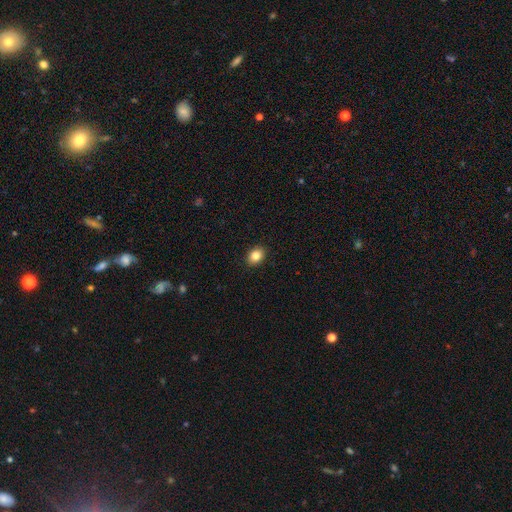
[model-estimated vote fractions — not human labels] Q: Smooth or featured?
A: smooth (85%); runner-up: star or artifact (9%)
Q: How rounded?
A: in between (62%); runner-up: round (37%)
Q: Merging?
A: none (90%); runner-up: minor disturbance (7%)